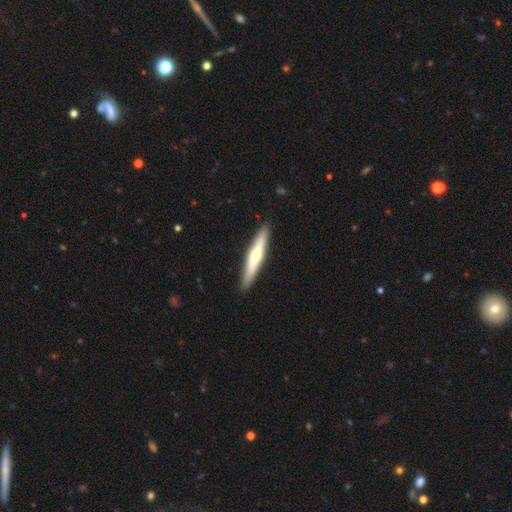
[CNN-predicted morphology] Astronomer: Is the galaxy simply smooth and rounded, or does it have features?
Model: smooth — 48% (runner-up: featured or disk, 47%).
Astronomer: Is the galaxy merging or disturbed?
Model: none — 91%.